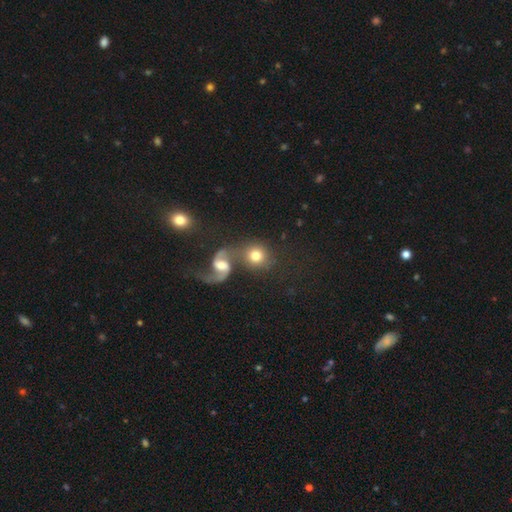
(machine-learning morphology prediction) Smooth or featured? smooth (63%)
How rounded? round (82%)
Merging? none (45%)